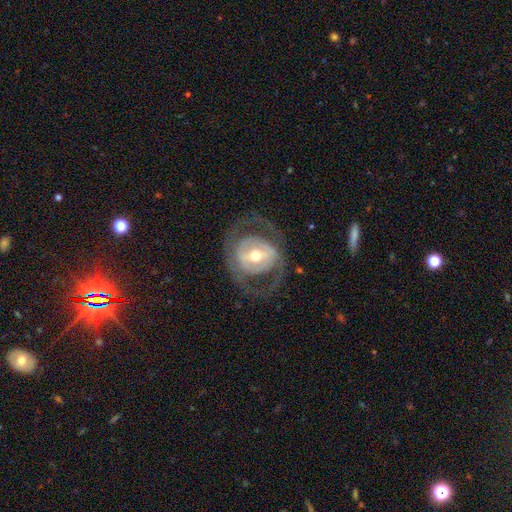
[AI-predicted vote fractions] This appears to be a featured or disk galaxy (76%) with a strong bar (37%), no spiral arms (50%, tied with yes) and a moderate central bulge (67%). Merging: none (68%).